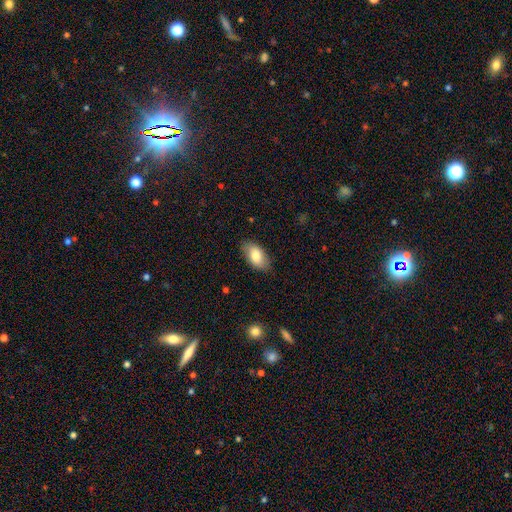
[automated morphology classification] Smooth or featured?
  - smooth: 80% *
  - featured or disk: 14%
  - star or artifact: 6%
How rounded?
  - in between: 94% *
  - round: 4%
  - cigar-shaped: 3%
Merging?
  - none: 83% *
  - minor disturbance: 13%
  - major disturbance: 3%
  - merger: 1%